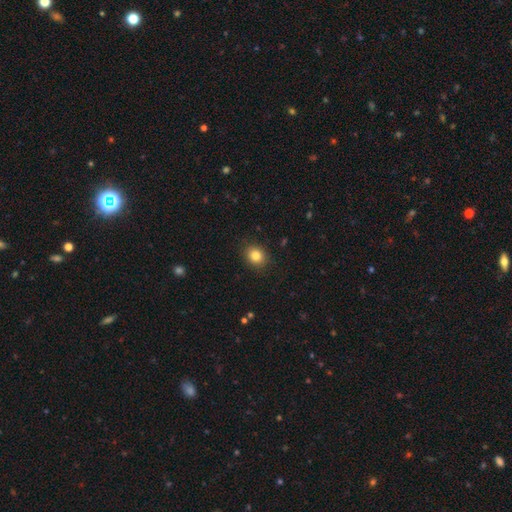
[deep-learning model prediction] Overall: smooth (84%). How rounded: round (62%; in between 37%). Merging: none (89%).